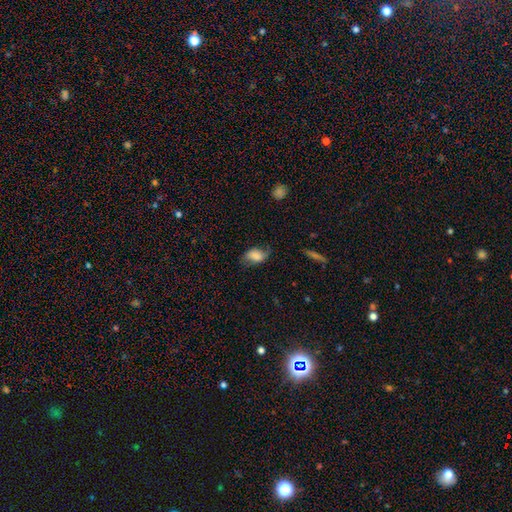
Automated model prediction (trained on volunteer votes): smooth-or-featured: smooth: 68% | featured or disk: 23% | star or artifact: 9%
  how-rounded: in between: 88% | round: 10% | cigar-shaped: 2%
  merging: none: 57% | minor disturbance: 29% | major disturbance: 12% | merger: 2%